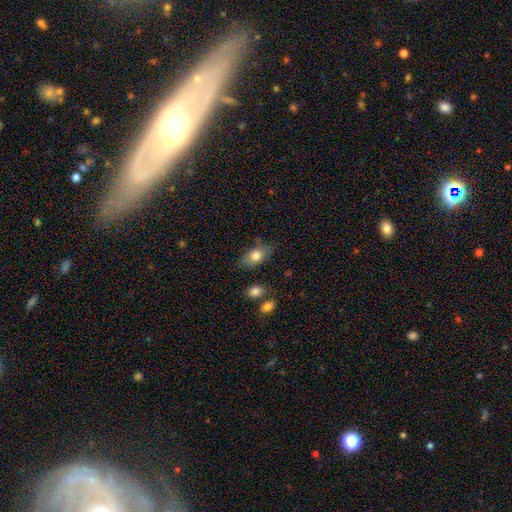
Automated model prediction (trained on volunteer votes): smooth_or_featured: smooth (p=0.77) [alt: featured or disk p=0.15]
how_rounded: in between (p=0.87) [alt: round p=0.11]
merging: none (p=0.67) [alt: minor disturbance p=0.23]